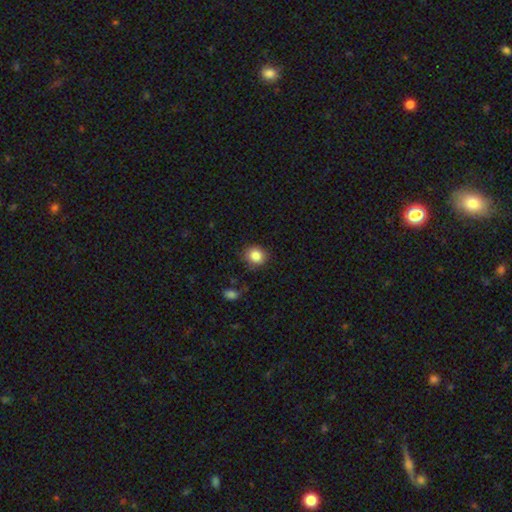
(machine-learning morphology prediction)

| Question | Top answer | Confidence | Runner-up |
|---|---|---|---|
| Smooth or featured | smooth | 85% | star or artifact (10%) |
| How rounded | round | 81% | in between (19%) |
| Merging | none | 83% | minor disturbance (13%) |